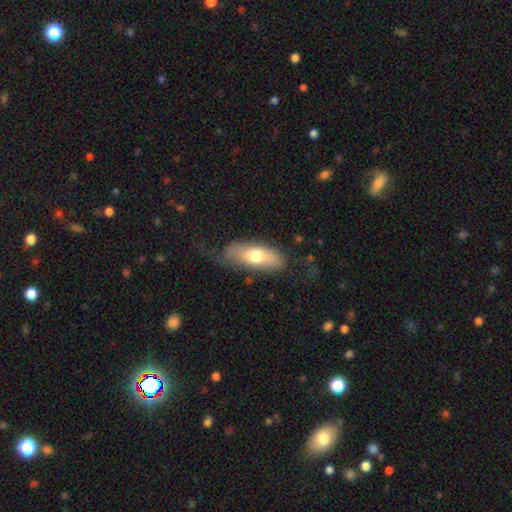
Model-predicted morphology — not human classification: This is likely a smooth galaxy (65%). How rounded: clearly in between (80%). Merging: possibly none (54%).